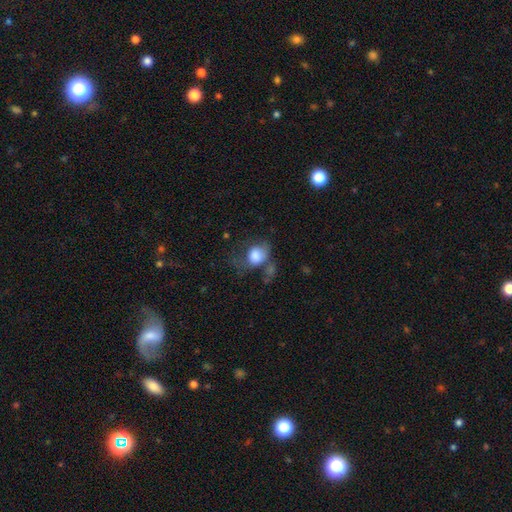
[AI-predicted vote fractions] This appears to be a smooth galaxy with no disk features (75%) that is in between round and cigar-shaped (55%). Merging: major disturbance (35%).